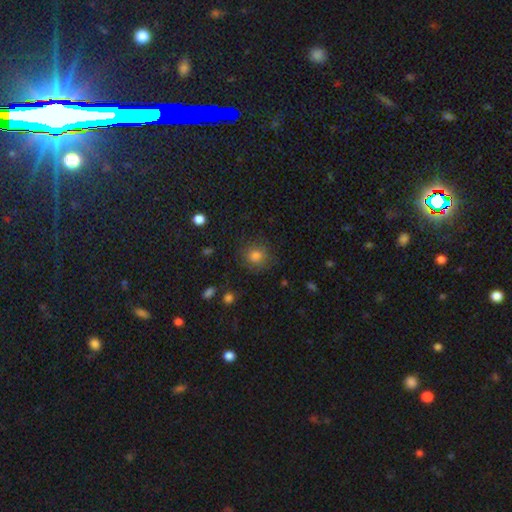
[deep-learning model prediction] smooth_or_featured: smooth (p=0.79) [alt: star or artifact p=0.12]
how_rounded: round (p=0.87) [alt: in between p=0.13]
merging: none (p=0.81) [alt: minor disturbance p=0.12]